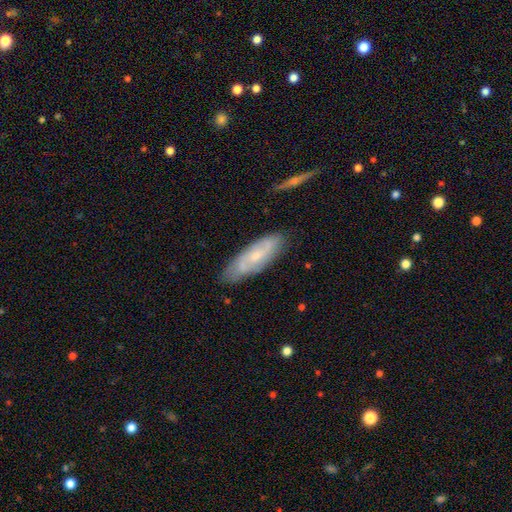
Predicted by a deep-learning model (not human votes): A featured or disk galaxy (63%) with no bar (56%), spiral arms (83%) and a small central bulge (64%). Merging: none (78%).